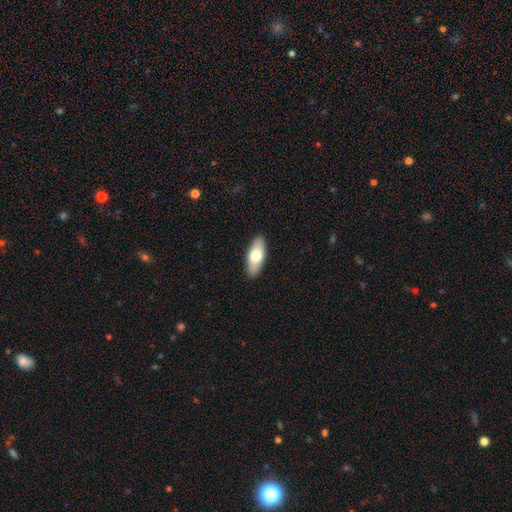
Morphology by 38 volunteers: A smooth galaxy with no disk features (79%) that is in between round and cigar-shaped (67%). Merging: none (84%).